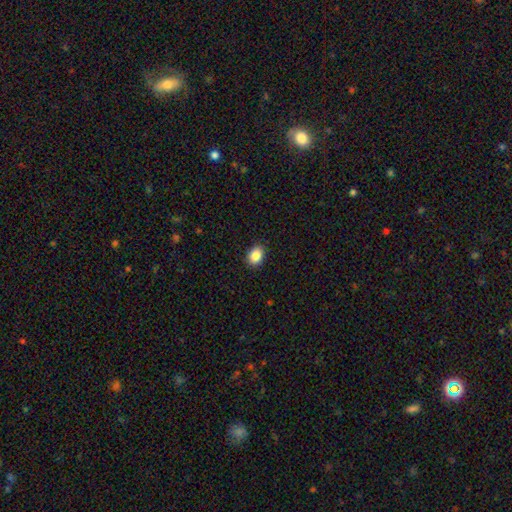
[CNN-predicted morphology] The model was most divided on "how rounded": in between: 65%, round: 34%, cigar-shaped: 1%. More confident: merging — none (89%); smooth or featured — smooth (87%).